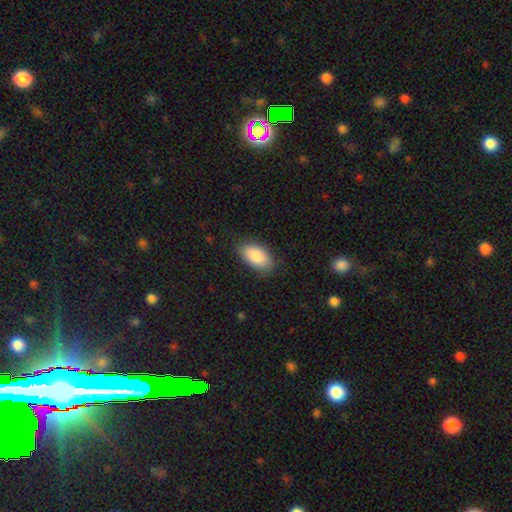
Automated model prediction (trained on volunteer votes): smooth 87%, featured or disk 7%, star or artifact 6%. Down the decision tree: how rounded — in between (94%); merging — none (81%).